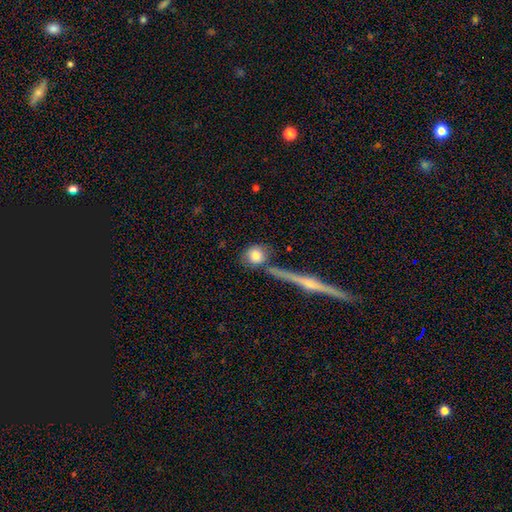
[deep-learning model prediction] This is likely a smooth galaxy (78%). How rounded: clearly round (83%). Merging: likely none (65%).